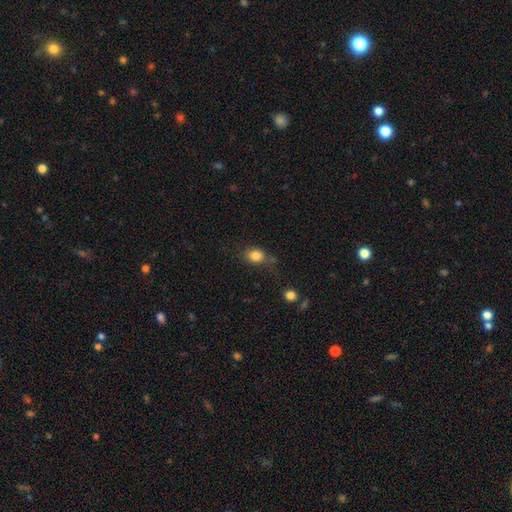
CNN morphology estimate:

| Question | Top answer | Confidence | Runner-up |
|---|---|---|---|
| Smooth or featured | smooth | 82% | star or artifact (11%) |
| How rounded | round | 59% | in between (40%) |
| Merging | none | 60% | minor disturbance (24%) |